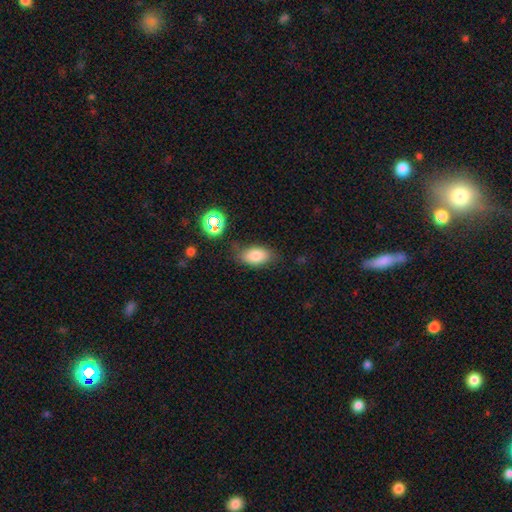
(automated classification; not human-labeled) Smooth or featured: smooth — 80% (star or artifact — 11%)
How rounded: in between — 90% (round — 7%)
Merging: none — 71% (minor disturbance — 20%)